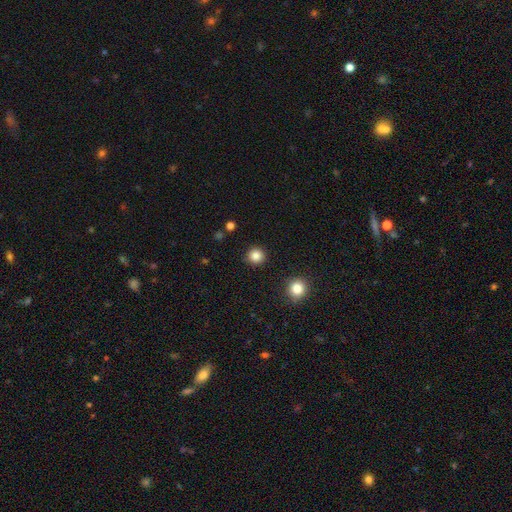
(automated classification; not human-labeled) This appears to be a smooth galaxy with no disk features (85%) that is round (93%). Merging: none (91%).